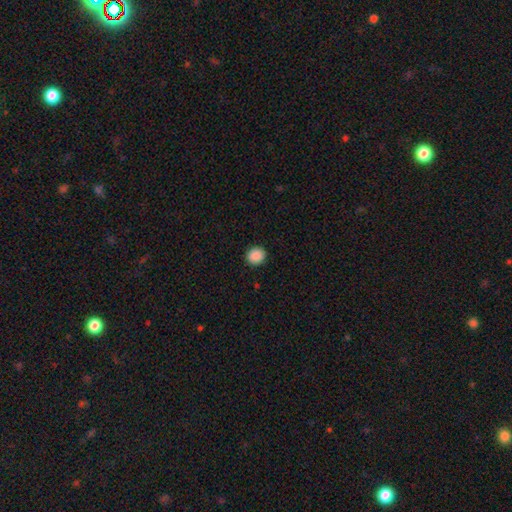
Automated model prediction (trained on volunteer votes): This appears to be a smooth galaxy with no disk features (89%) that is round (84%). Merging: none (92%).